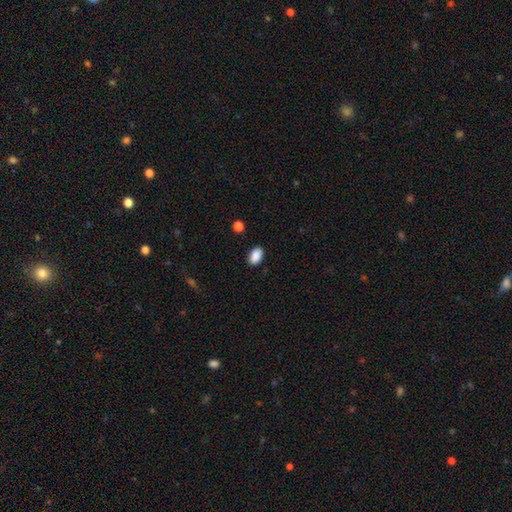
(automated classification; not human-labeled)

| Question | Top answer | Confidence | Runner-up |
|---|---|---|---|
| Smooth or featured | smooth | 89% | star or artifact (8%) |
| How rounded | in between | 90% | round (9%) |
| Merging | none | 87% | minor disturbance (9%) |